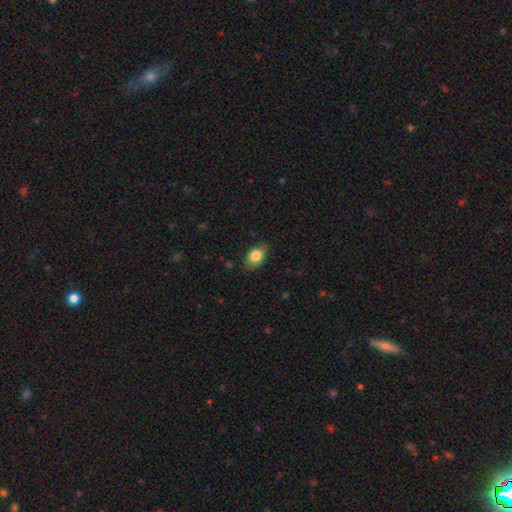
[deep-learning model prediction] A smooth galaxy with no disk features (83%) that is in between round and cigar-shaped (78%).

Vote fractions:
- Smooth or featured? smooth: 83% / featured or disk: 9% / star or artifact: 8%
- How rounded? in between: 78% / round: 20% / cigar-shaped: 1%
- Merging? none: 79% / minor disturbance: 16% / major disturbance: 3% / merger: 1%